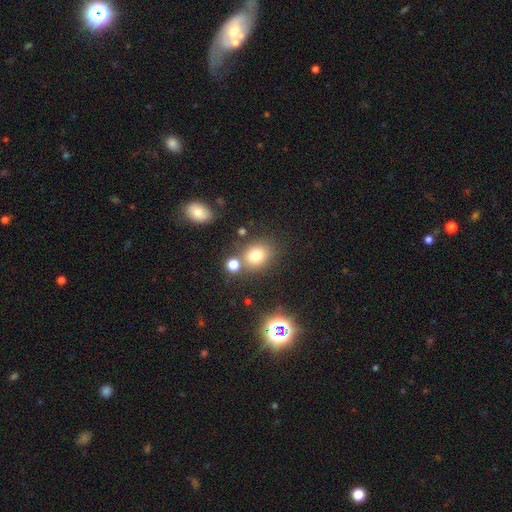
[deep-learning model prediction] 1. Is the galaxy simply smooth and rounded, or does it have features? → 75% smooth, 16% star or artifact, 9% featured or disk.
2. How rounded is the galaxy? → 58% round, 41% in between, 1% cigar-shaped.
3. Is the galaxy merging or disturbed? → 68% none, 16% merger, 12% minor disturbance, 5% major disturbance.